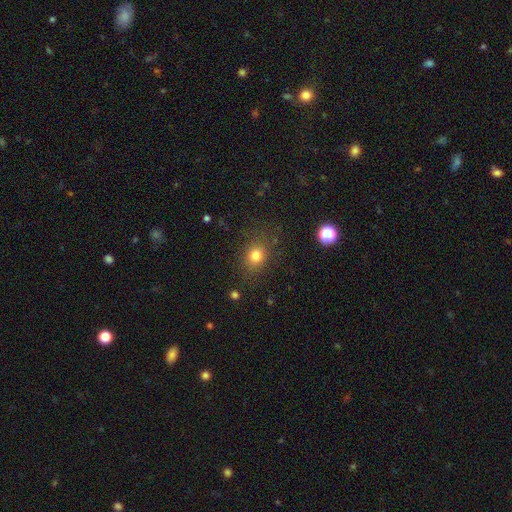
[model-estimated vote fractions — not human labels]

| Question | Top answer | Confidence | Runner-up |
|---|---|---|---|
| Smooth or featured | smooth | 79% | star or artifact (14%) |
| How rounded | round | 64% | in between (35%) |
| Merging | none | 82% | minor disturbance (12%) |